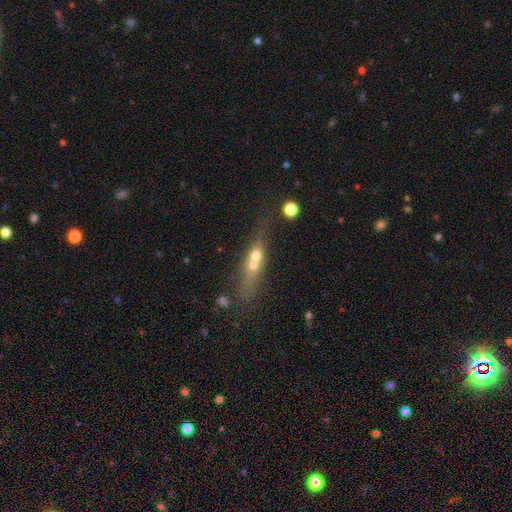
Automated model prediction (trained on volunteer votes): Morphology: type=smooth (52%); roundness=cigar-shaped (46%); merging=merger (57%).